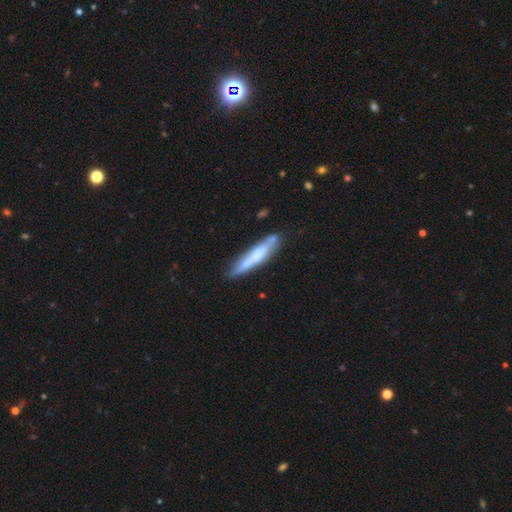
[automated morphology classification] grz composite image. It shows a smooth galaxy with no disk features (54%) that is cigar-shaped (90%). Merging: none (73%).